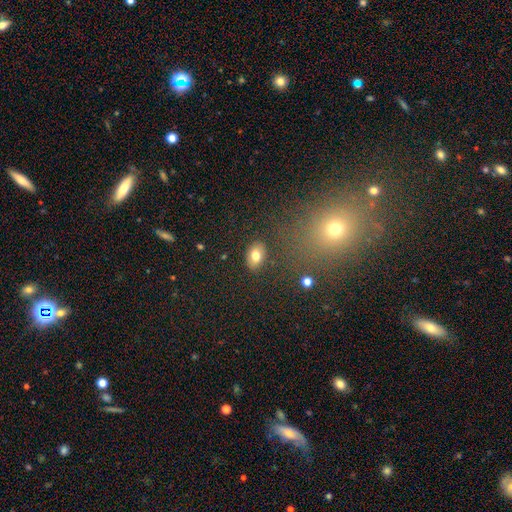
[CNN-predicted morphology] A smooth galaxy with no disk features (79%) that is in between round and cigar-shaped (83%).

Vote fractions:
- Smooth or featured? smooth: 79% / featured or disk: 12% / star or artifact: 9%
- How rounded? in between: 83% / round: 16% / cigar-shaped: 1%
- Merging? none: 86% / minor disturbance: 9% / major disturbance: 3% / merger: 2%